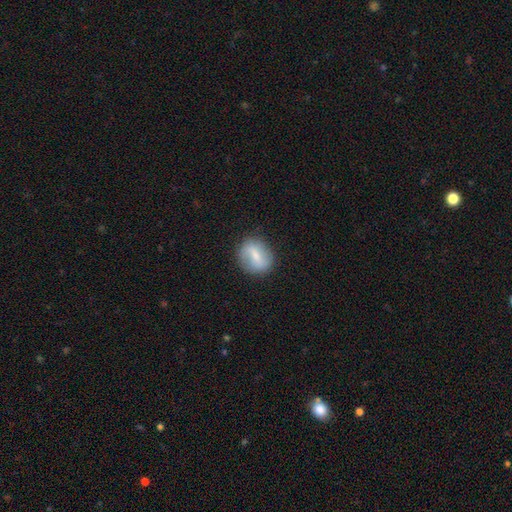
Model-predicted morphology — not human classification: The model was most divided on "smooth or featured": smooth: 56%, featured or disk: 36%, star or artifact: 8%. More confident: merging — none (78%); how rounded — round (65%).